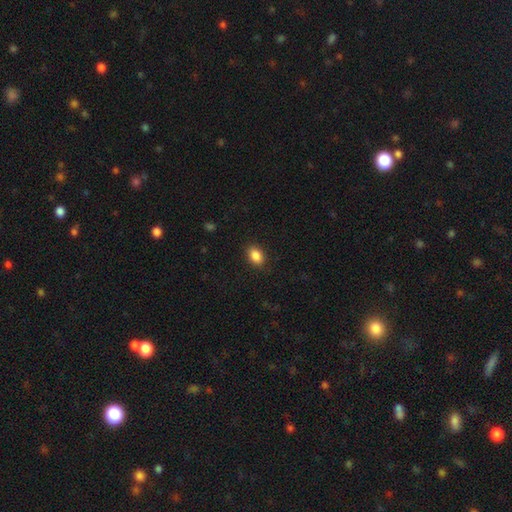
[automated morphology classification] smooth_or_featured: smooth (p=0.88) [alt: star or artifact p=0.08]
how_rounded: in between (p=0.83) [alt: round p=0.15]
merging: none (p=0.88) [alt: minor disturbance p=0.08]